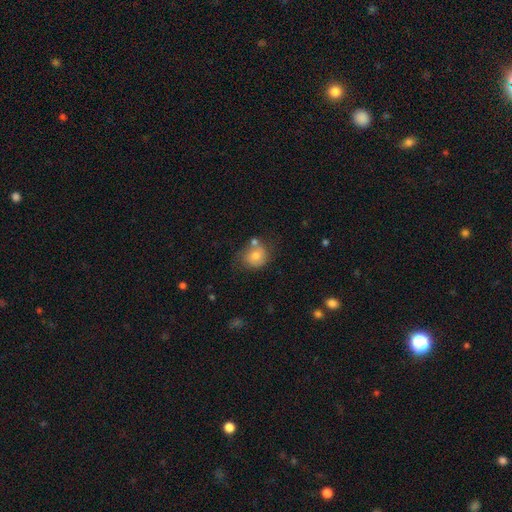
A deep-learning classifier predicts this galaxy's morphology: Smooth or featured?
  - smooth: 71% *
  - featured or disk: 19%
  - star or artifact: 11%
How rounded?
  - round: 76% *
  - in between: 23%
  - cigar-shaped: 1%
Merging?
  - none: 57% *
  - minor disturbance: 21%
  - merger: 15%
  - major disturbance: 8%